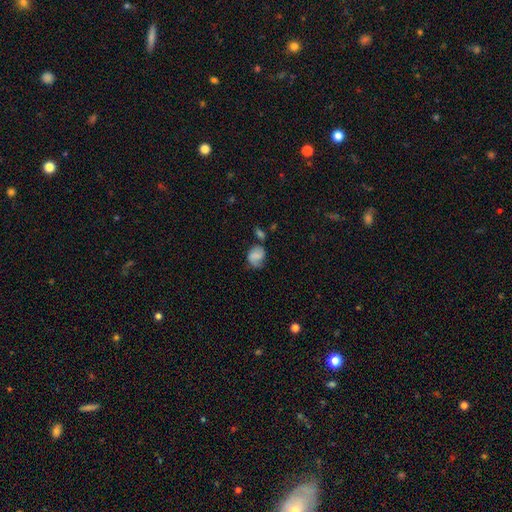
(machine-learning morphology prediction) Q: Smooth or featured?
A: smooth (62%); runner-up: featured or disk (28%)
Q: How rounded?
A: in between (54%); runner-up: round (45%)
Q: Merging?
A: none (46%); runner-up: minor disturbance (30%)